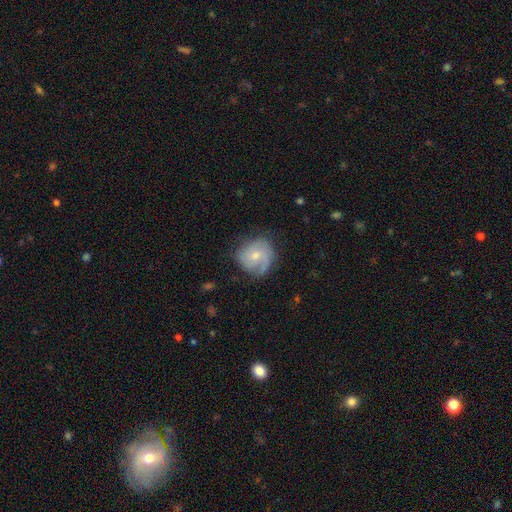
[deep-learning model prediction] Q: Smooth or featured?
A: featured or disk (60%); runner-up: smooth (33%)
Q: Edge-on disk?
A: no (98%); runner-up: yes (2%)
Q: Bar?
A: no (67%); runner-up: weak (29%)
Q: Spiral arms?
A: yes (86%); runner-up: no (14%)
Q: Spiral winding?
A: tight (44%); runner-up: medium (37%)
Q: Spiral arm count?
A: 2 (30%); runner-up: can't tell (25%)
Q: Bulge size?
A: small (51%); runner-up: moderate (43%)
Q: Merging?
A: none (64%); runner-up: minor disturbance (23%)